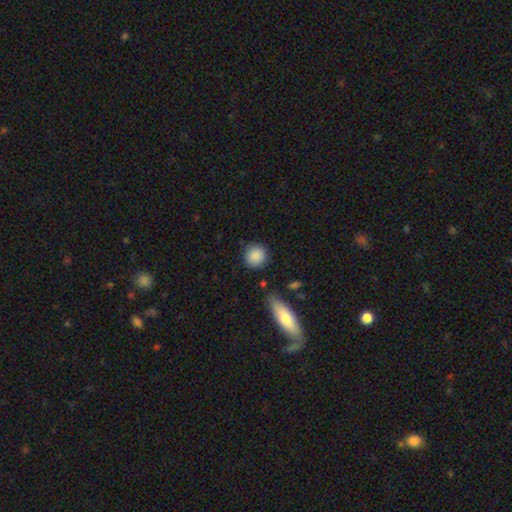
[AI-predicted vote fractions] Smooth or featured? smooth (89%)
How rounded? round (89%)
Merging? none (84%)